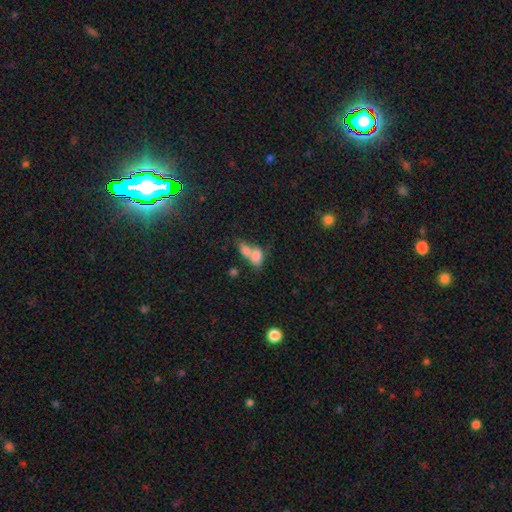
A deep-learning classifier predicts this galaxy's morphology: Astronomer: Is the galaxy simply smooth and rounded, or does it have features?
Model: smooth — 75%.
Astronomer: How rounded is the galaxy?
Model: in between — 83%.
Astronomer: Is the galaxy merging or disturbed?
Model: merger — 68%.